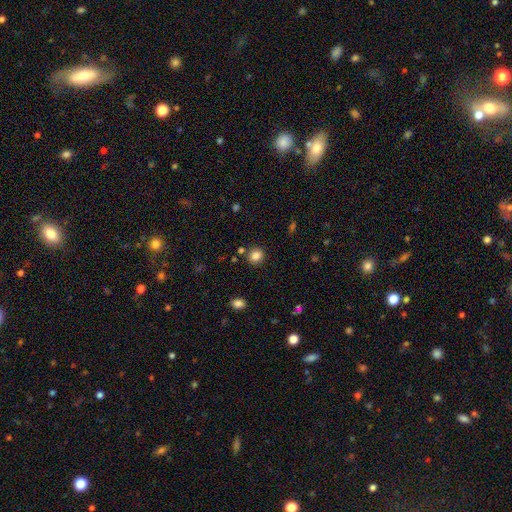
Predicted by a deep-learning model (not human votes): smooth-or-featured: smooth: 84% | star or artifact: 11% | featured or disk: 5%
  how-rounded: round: 83% | in between: 16% | cigar-shaped: 1%
  merging: none: 86% | minor disturbance: 7% | merger: 4% | major disturbance: 2%